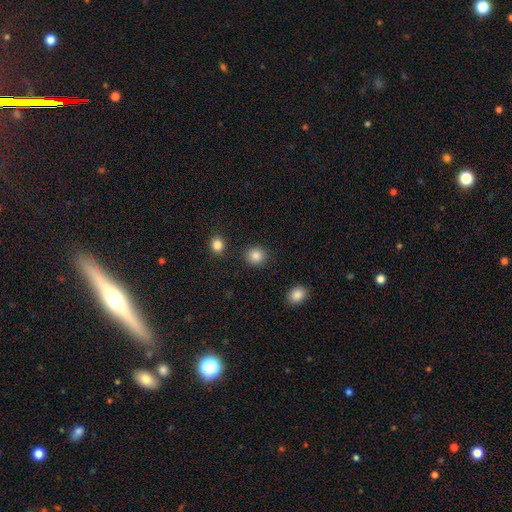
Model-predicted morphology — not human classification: The model was most divided on "how rounded": round: 86%, in between: 13%, cigar-shaped: 1%. More confident: merging — none (89%); smooth or featured — smooth (86%).